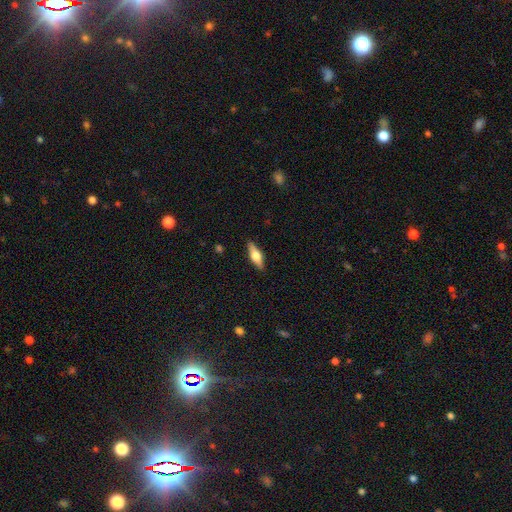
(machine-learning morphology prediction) featured or disk 53%, smooth 40%, star or artifact 7%. Down the decision tree: edge-on disk — yes (94%); merging — none (88%).